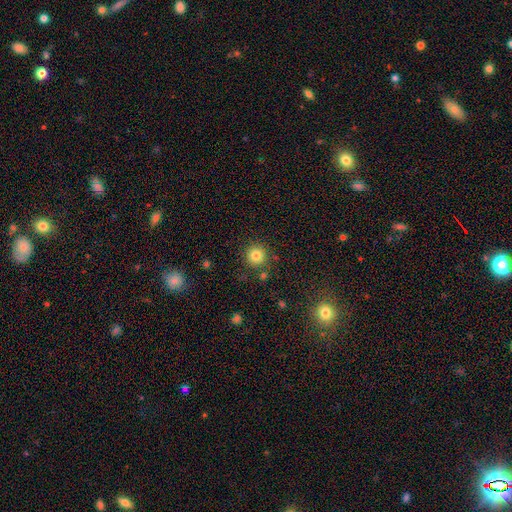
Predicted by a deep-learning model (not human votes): Smooth or featured?
  - smooth: 82% *
  - star or artifact: 12%
  - featured or disk: 6%
How rounded?
  - round: 95% *
  - in between: 5%
  - cigar-shaped: 1%
Merging?
  - none: 85% *
  - minor disturbance: 8%
  - merger: 4%
  - major disturbance: 3%